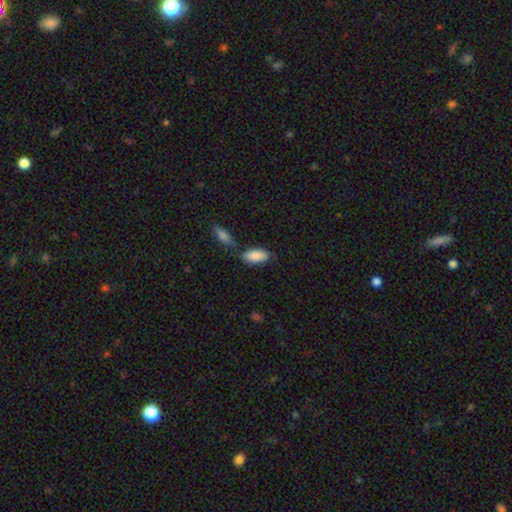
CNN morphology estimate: A smooth galaxy with no disk features (88%) that is in between round and cigar-shaped (88%). Merging: none (61%).